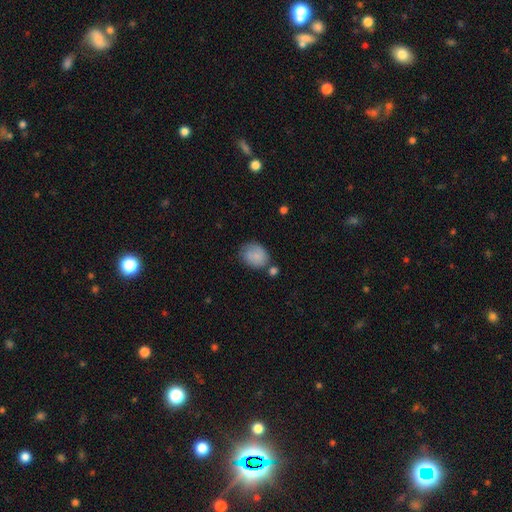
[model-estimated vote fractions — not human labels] Smooth or featured? Predicted: smooth (p=0.82). How rounded? Predicted: in between (p=0.54). Merging? Predicted: none (p=0.55).